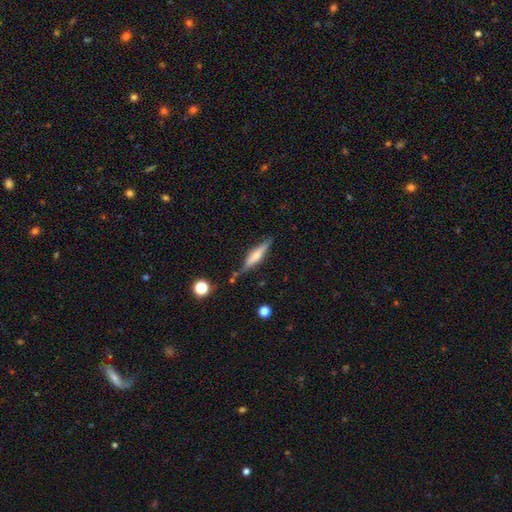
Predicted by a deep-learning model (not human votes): smooth-or-featured: featured or disk: 54% | smooth: 39% | star or artifact: 7%
  disk-edge-on: yes: 95% | no: 5%
    edge-on-bulge: rounded: 66% | boxy: 21% | none: 13%
  merging: none: 78% | minor disturbance: 15% | merger: 4% | major disturbance: 4%